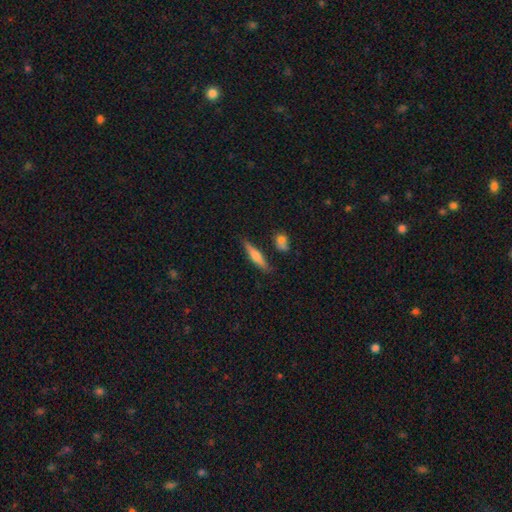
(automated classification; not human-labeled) Smooth or featured? smooth (56%)
How rounded? cigar-shaped (82%)
Merging? none (79%)